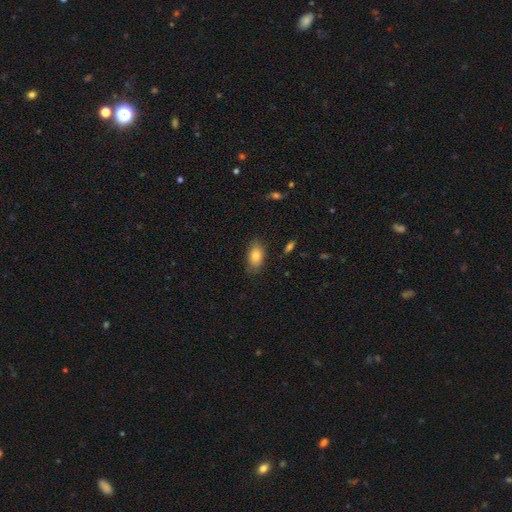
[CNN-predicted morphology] This appears to be a smooth galaxy with no disk features (83%) that is in between round and cigar-shaped (89%). Merging: none (80%).